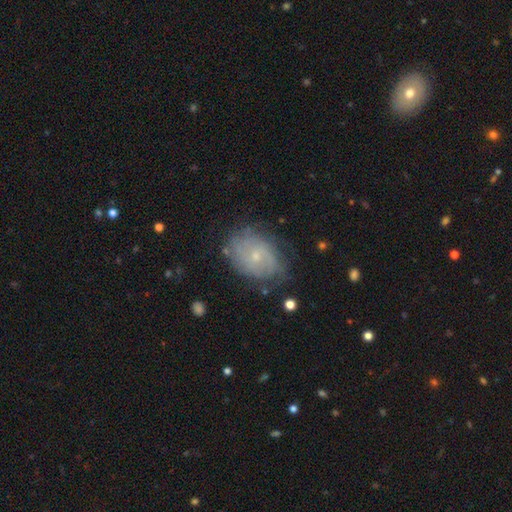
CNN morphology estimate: smooth-or-featured: featured or disk: 56% | smooth: 35% | star or artifact: 9%
  disk-edge-on: no: 96% | yes: 4%
    bar: no: 76% | weak: 21% | strong: 3%
    has-spiral-arms: yes: 76% | no: 24%
    bulge-size: small: 77% | moderate: 18% | none: 3% | large: 1% | dominant: 1%
  merging: none: 69% | minor disturbance: 22% | major disturbance: 7% | merger: 2%